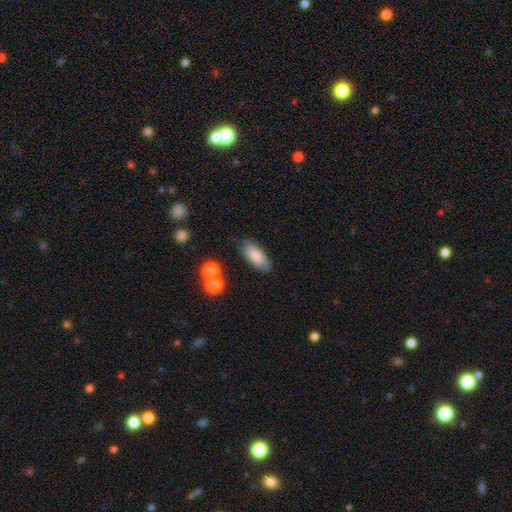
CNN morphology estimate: The model was most divided on "merging": none: 75%, minor disturbance: 17%, major disturbance: 4%, merger: 4%. More confident: smooth or featured — smooth (83%); how rounded — in between (80%).